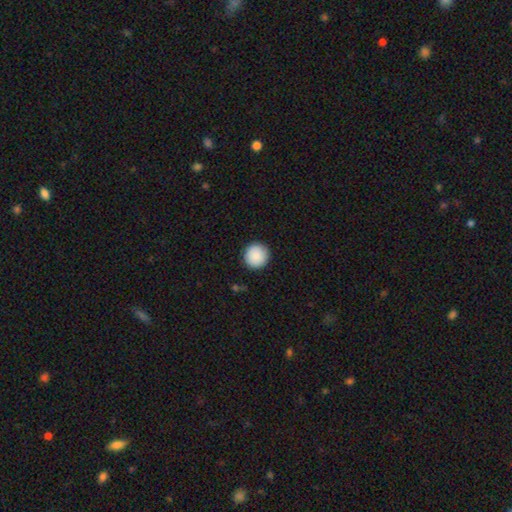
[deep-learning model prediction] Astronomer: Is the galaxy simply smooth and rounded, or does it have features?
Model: smooth — 89%.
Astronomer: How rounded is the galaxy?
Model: round — 95%.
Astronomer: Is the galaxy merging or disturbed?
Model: none — 92%.